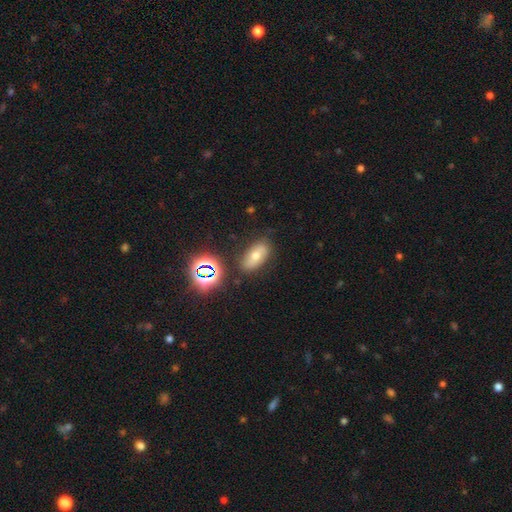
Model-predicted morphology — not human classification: Smooth or featured? smooth (51%)
How rounded? in between (83%)
Merging? none (80%)